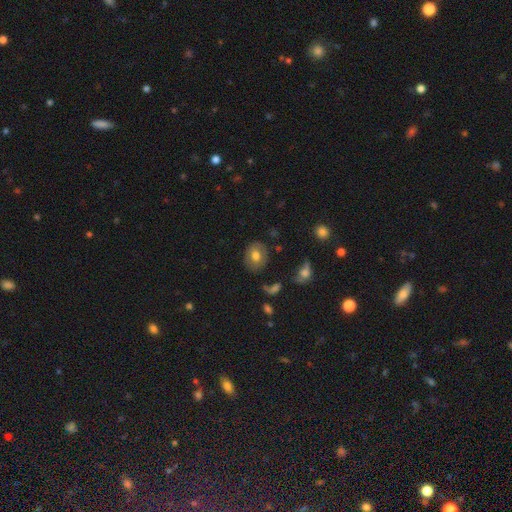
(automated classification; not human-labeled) smooth-or-featured: smooth: 68% | featured or disk: 23% | star or artifact: 9%
  how-rounded: round: 50% | in between: 49% | cigar-shaped: 1%
  merging: none: 79% | minor disturbance: 15% | major disturbance: 4% | merger: 3%